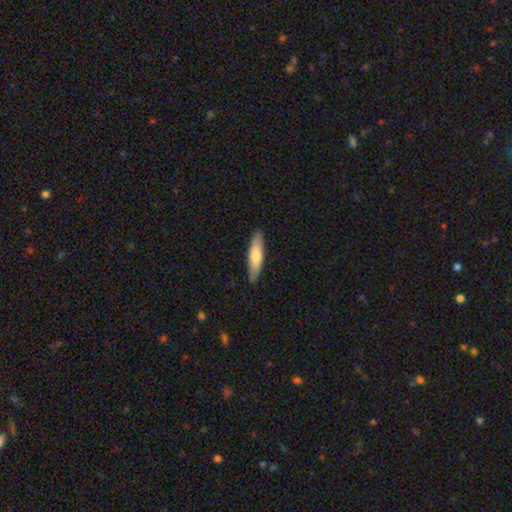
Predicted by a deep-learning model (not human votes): A smooth galaxy with no disk features (70%) that is cigar-shaped (72%). Merging: none (88%).